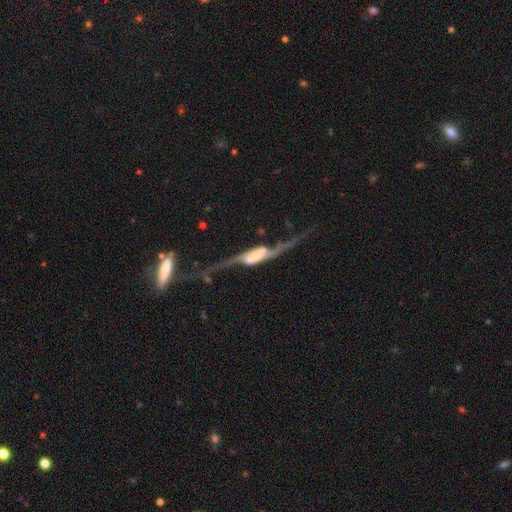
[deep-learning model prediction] Morphology: type=featured or disk (86%); edge-on=no (76%); bar=strong (49%); spiral arms=yes (91%); winding=loose (92%); arm count=2 (93%); bulge=small (25%, tied with none); merging=none (42%).